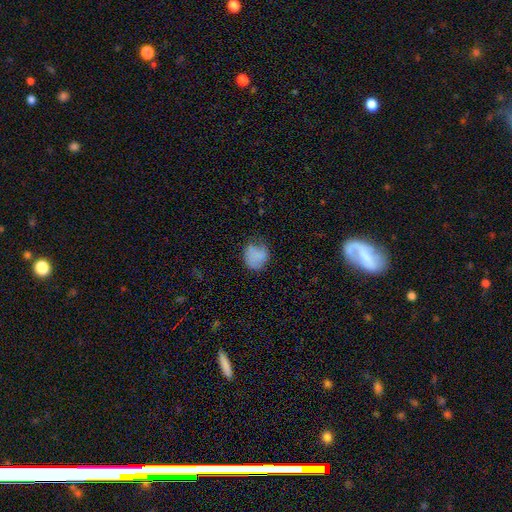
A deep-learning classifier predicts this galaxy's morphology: This appears to be a smooth galaxy with no disk features (78%) that is round (72%). Merging: none (51%).